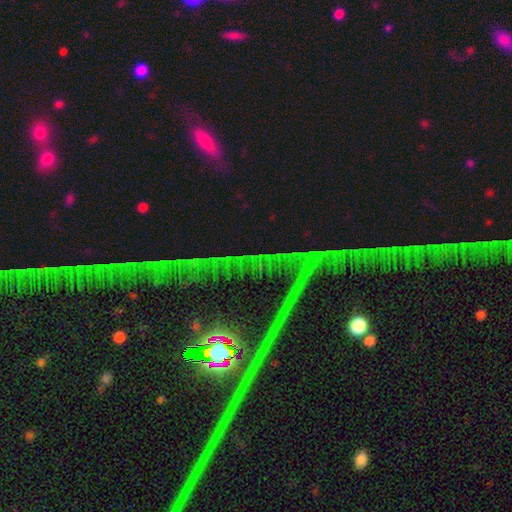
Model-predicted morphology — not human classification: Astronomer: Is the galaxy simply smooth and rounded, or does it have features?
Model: star or artifact — 78%.